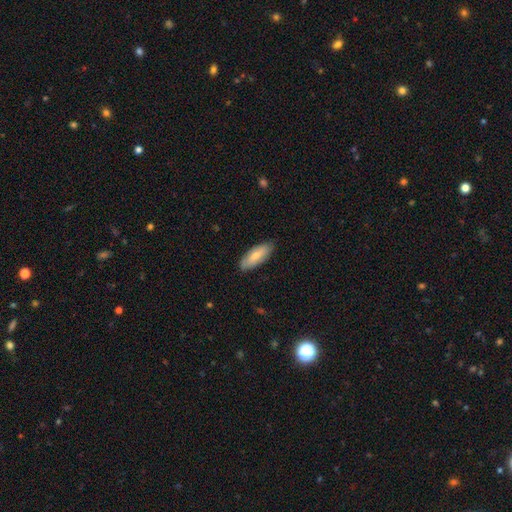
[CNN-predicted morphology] The model was most divided on "smooth or featured": smooth: 71%, featured or disk: 23%, star or artifact: 6%. More confident: merging — none (85%); how rounded — in between (73%).